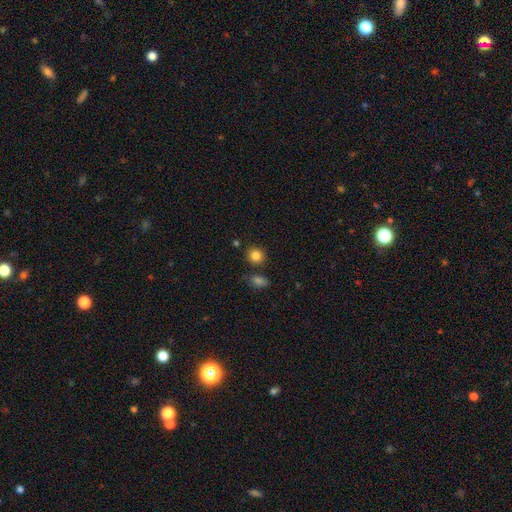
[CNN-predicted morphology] Q: Smooth or featured?
A: smooth (84%); runner-up: star or artifact (11%)
Q: How rounded?
A: round (86%); runner-up: in between (13%)
Q: Merging?
A: none (80%); runner-up: minor disturbance (9%)